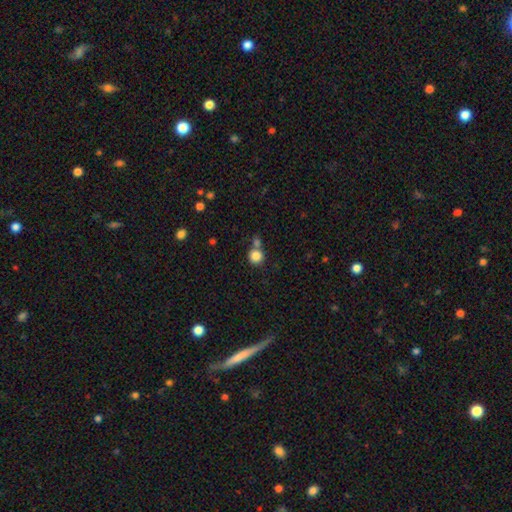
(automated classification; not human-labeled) Smooth or featured? Predicted: smooth (p=0.85). How rounded? Predicted: round (p=0.92). Merging? Predicted: none (p=0.60).